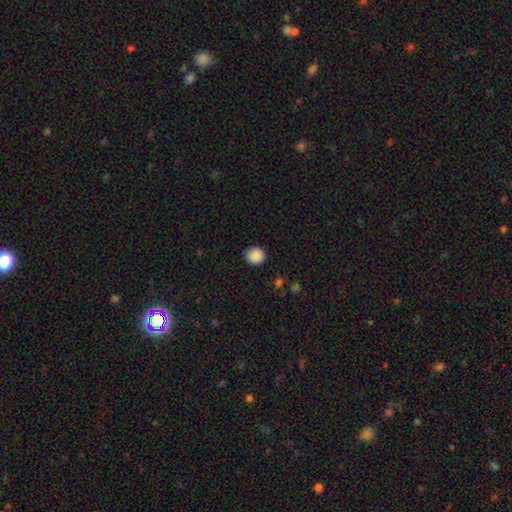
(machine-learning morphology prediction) smooth-or-featured: smooth: 89% | star or artifact: 9% | featured or disk: 2%
  how-rounded: round: 90% | in between: 9% | cigar-shaped: 1%
  merging: none: 91% | minor disturbance: 6% | major disturbance: 2% | merger: 1%